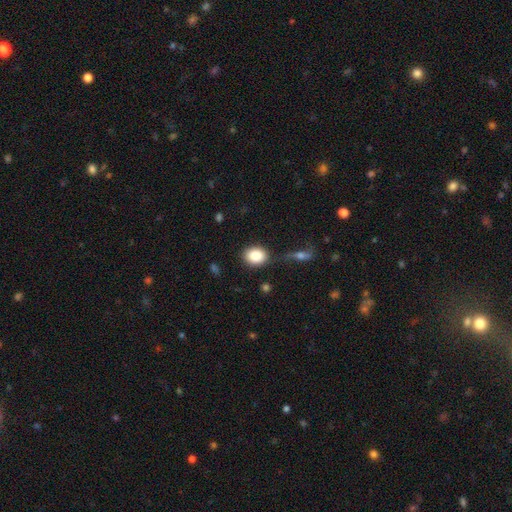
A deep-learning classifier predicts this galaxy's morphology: smooth_or_featured: smooth (p=0.86) [alt: star or artifact p=0.08]
how_rounded: in between (p=0.57) [alt: round p=0.42]
merging: none (p=0.78) [alt: minor disturbance p=0.12]